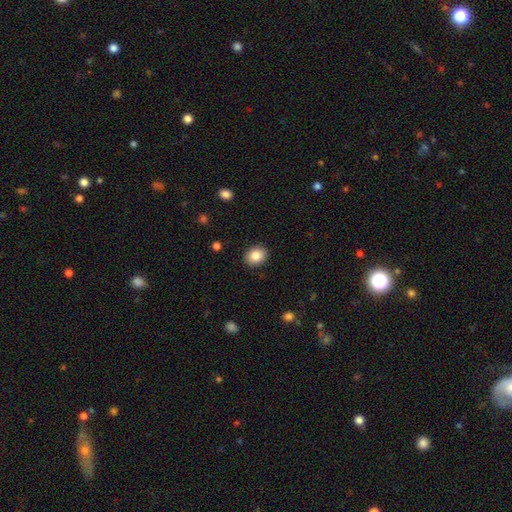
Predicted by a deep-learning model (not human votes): Morphology: type=smooth (85%); roundness=round (57%); merging=none (90%).